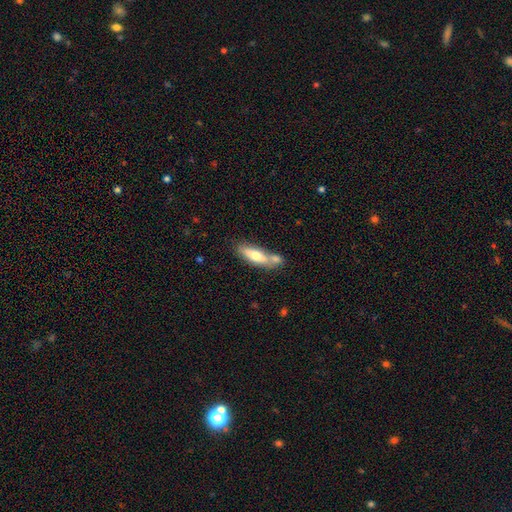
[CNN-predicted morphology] type=smooth (62%); roundness=in between (57%); merging=none (45%).